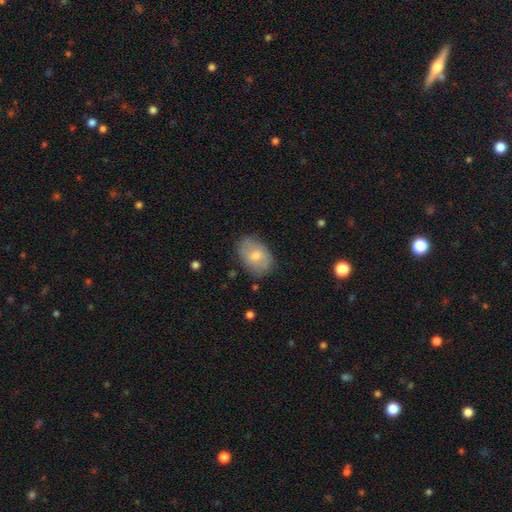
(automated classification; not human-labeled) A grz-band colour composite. It shows a smooth galaxy with no disk features (67%) that is in between round and cigar-shaped (84%). Merging: none (79%).